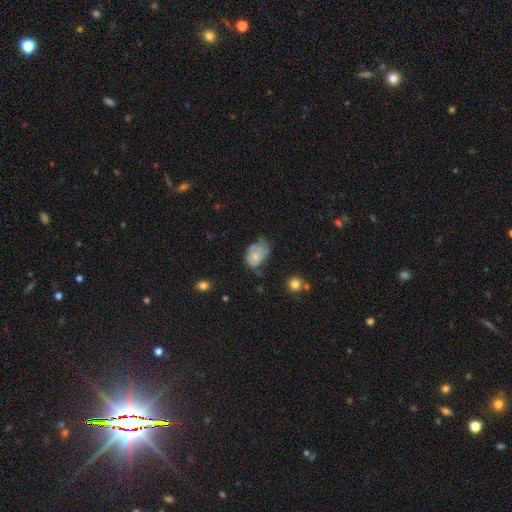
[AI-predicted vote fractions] This is likely a smooth galaxy (62%). How rounded: likely in between (76%). Merging: marginally minor disturbance (41%).